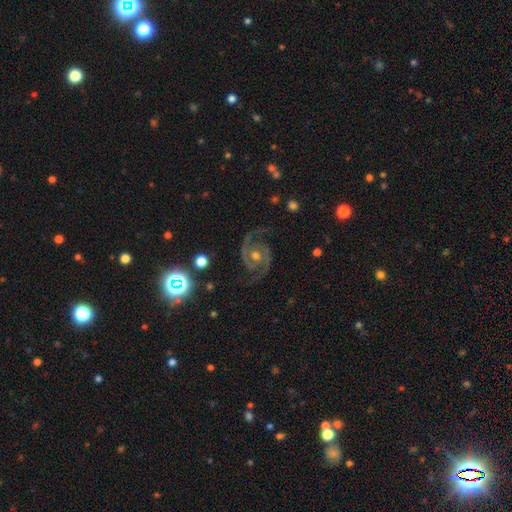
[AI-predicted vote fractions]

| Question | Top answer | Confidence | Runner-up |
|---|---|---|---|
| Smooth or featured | featured or disk | 90% | star or artifact (7%) |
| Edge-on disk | no | 98% | yes (2%) |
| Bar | no | 62% | weak (28%) |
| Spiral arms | yes | 98% | no (2%) |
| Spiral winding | medium | 56% | tight (33%) |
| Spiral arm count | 2 | 93% | 3 (2%) |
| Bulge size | moderate | 70% | small (24%) |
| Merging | none | 81% | minor disturbance (13%) |